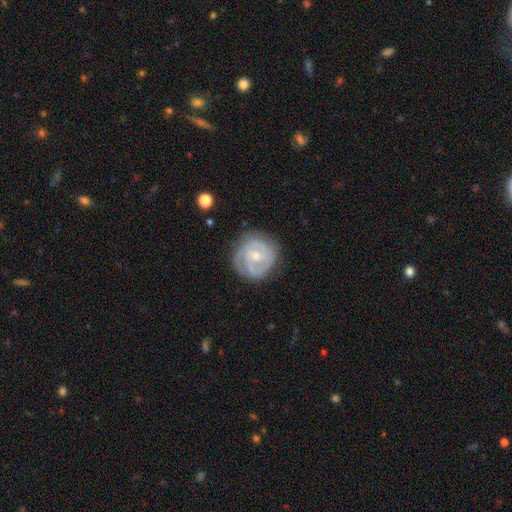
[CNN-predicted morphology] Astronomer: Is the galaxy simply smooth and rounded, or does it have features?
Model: featured or disk — 81%.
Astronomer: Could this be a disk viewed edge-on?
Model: no — 98%.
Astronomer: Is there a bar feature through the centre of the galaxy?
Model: no — 51% (runner-up: weak, 41%).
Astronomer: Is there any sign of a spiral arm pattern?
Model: yes — 93%.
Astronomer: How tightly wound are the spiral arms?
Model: tight — 53% (runner-up: medium, 38%).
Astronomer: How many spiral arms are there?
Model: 2 — 40% (runner-up: 3, 28%).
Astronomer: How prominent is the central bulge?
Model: small — 60% (runner-up: moderate, 36%).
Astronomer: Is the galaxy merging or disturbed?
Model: none — 75%.